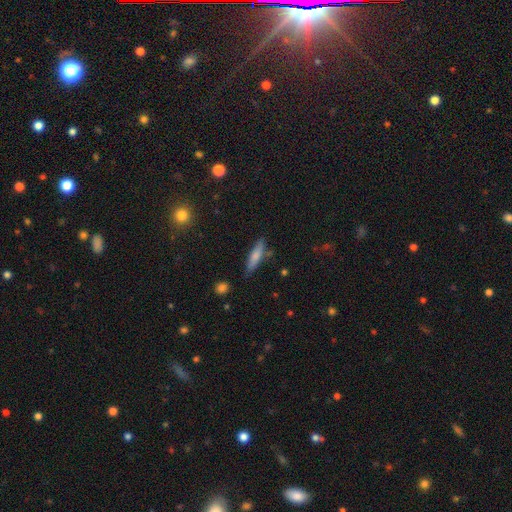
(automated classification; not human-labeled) smooth 69%, featured or disk 24%, star or artifact 7%. Down the decision tree: how rounded — cigar-shaped (76%); merging — none (79%).